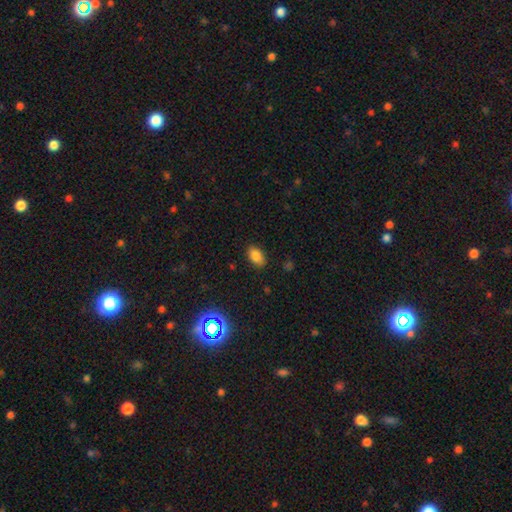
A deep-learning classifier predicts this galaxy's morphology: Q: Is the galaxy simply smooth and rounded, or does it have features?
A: smooth — 82%.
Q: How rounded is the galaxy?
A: in between — 90%.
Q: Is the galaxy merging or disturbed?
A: none — 84%.